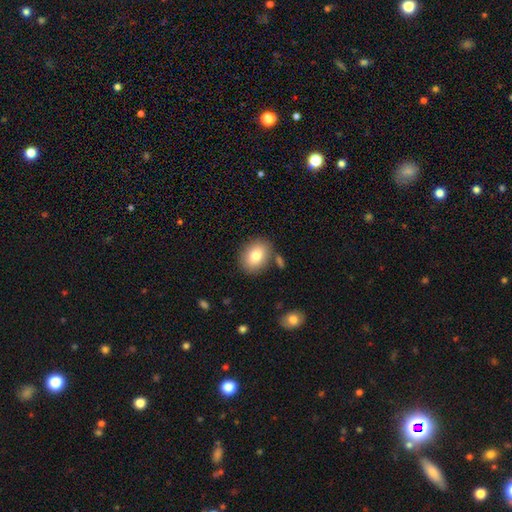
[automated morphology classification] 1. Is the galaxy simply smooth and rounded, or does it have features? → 80% smooth, 11% featured or disk, 9% star or artifact.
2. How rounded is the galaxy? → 58% in between, 41% round, 1% cigar-shaped.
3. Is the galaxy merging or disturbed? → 80% none, 11% minor disturbance, 6% merger, 3% major disturbance.